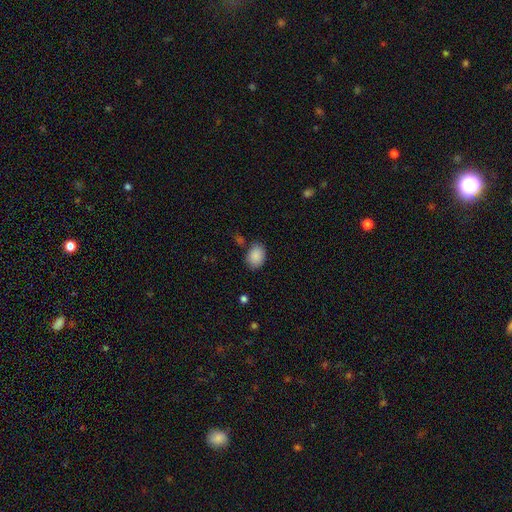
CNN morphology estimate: A smooth galaxy with no disk features (89%) that is in between round and cigar-shaped (70%).

Vote fractions:
- Smooth or featured? smooth: 89% / star or artifact: 7% / featured or disk: 4%
- How rounded? in between: 70% / round: 29% / cigar-shaped: 1%
- Merging? none: 75% / minor disturbance: 16% / merger: 6% / major disturbance: 4%